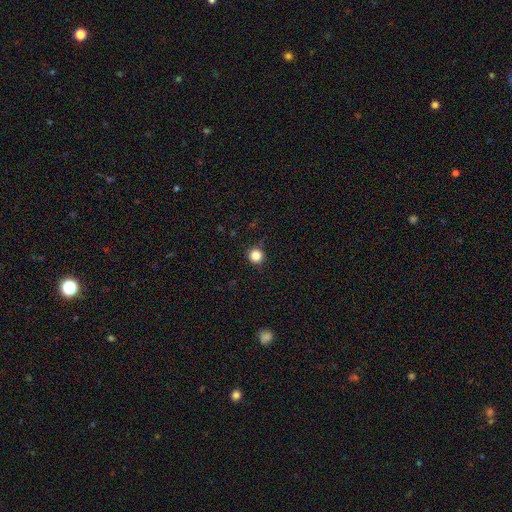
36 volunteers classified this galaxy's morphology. This is clearly a smooth galaxy (92%). How rounded: clearly round (97%). Merging: clearly none (94%).